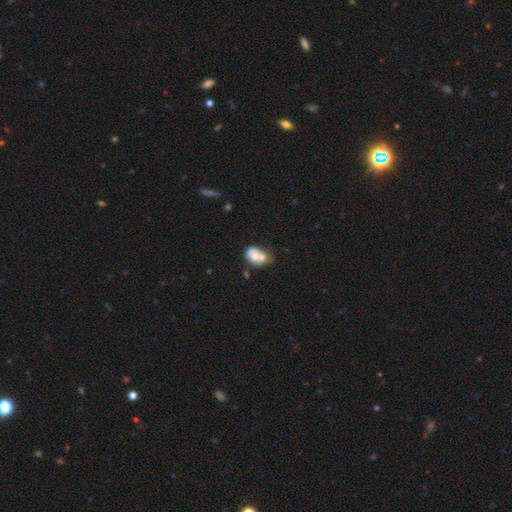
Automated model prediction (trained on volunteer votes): A smooth galaxy with no disk features (62%) that is in between round and cigar-shaped (71%). Merging: merger (43%).